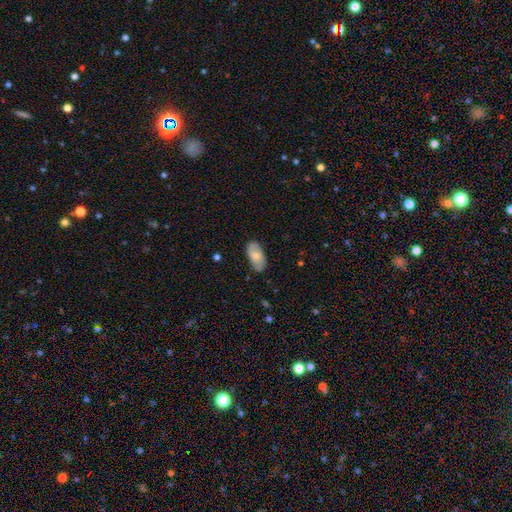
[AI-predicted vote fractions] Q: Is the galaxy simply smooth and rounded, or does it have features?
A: smooth — 65%.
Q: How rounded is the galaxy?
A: in between — 93%.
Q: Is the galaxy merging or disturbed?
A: none — 78%.